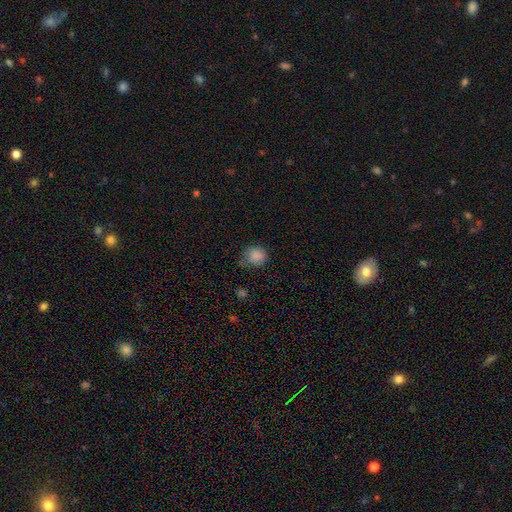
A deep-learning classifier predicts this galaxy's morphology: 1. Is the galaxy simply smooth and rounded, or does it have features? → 86% smooth, 9% star or artifact, 5% featured or disk.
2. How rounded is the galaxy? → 80% round, 19% in between, 1% cigar-shaped.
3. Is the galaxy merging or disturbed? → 66% none, 25% minor disturbance, 6% major disturbance, 3% merger.